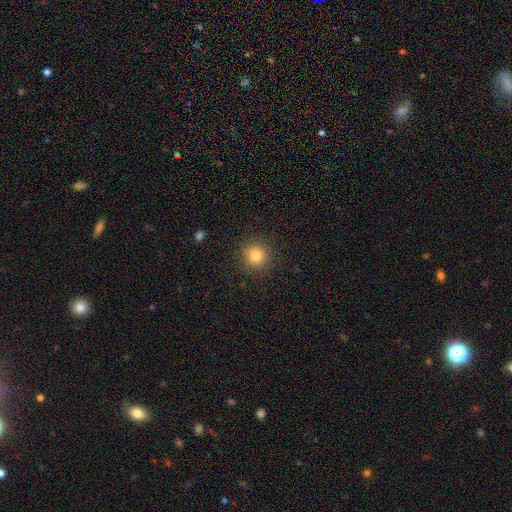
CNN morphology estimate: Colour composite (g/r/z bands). It shows a smooth galaxy with no disk features (80%) that is round (93%). Merging: none (90%).